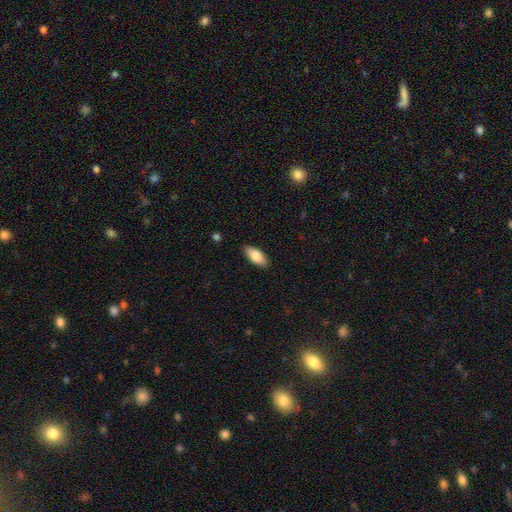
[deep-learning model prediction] A smooth galaxy with no disk features (82%) that is in between round and cigar-shaped (87%). Merging: none (87%).